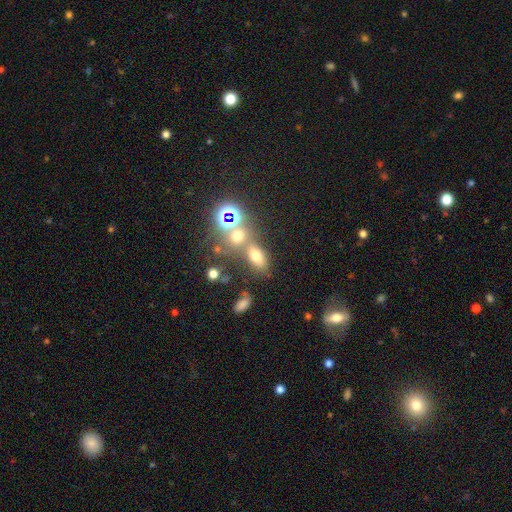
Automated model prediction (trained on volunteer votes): This is likely a smooth galaxy (62%). How rounded: likely in between (73%). Merging: possibly none (50%).